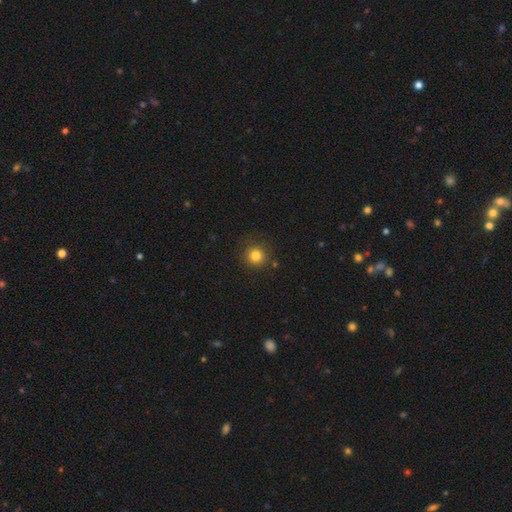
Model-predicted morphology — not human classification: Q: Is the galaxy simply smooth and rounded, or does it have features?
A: smooth — 83%.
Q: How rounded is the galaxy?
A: round — 94%.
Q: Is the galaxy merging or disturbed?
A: none — 87%.